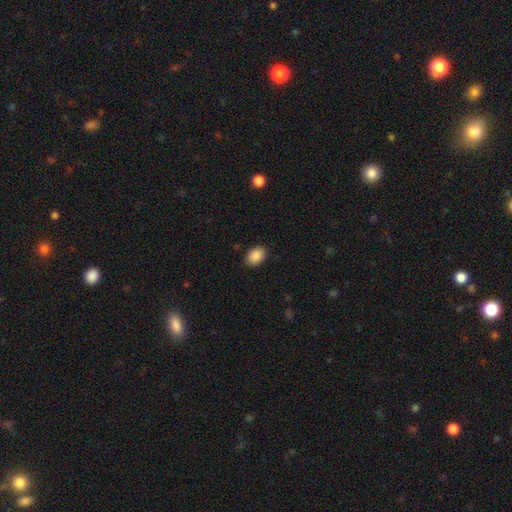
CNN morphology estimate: Smooth or featured?
  - smooth: 89% *
  - star or artifact: 8%
  - featured or disk: 4%
How rounded?
  - in between: 81% *
  - round: 18%
  - cigar-shaped: 1%
Merging?
  - none: 89% *
  - minor disturbance: 8%
  - major disturbance: 2%
  - merger: 1%